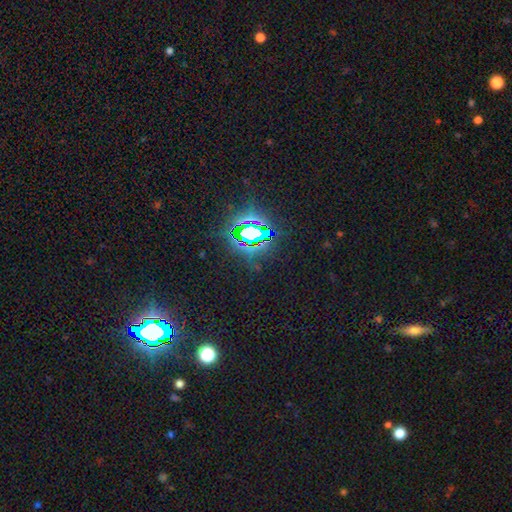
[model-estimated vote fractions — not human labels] smooth-or-featured: star or artifact: 80% | smooth: 12% | featured or disk: 7%